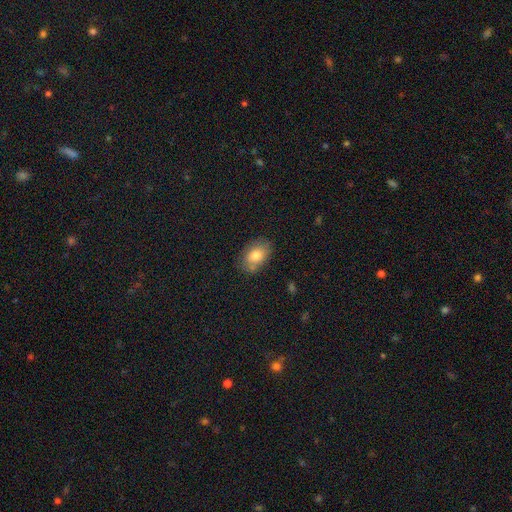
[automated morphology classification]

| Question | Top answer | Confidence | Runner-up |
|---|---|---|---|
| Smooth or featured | smooth | 78% | featured or disk (14%) |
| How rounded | in between | 85% | round (14%) |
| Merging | none | 74% | minor disturbance (18%) |